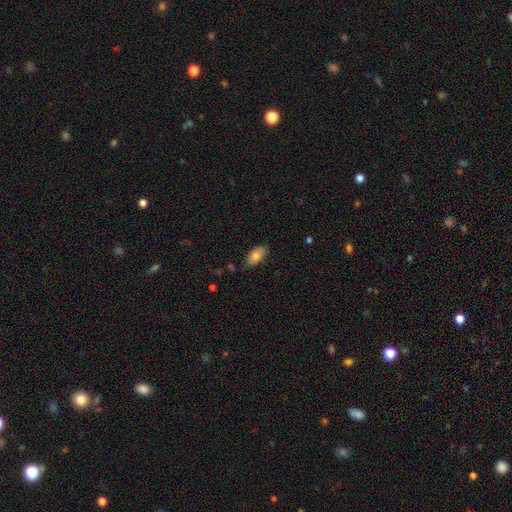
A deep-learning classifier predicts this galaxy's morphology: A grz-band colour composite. It shows a smooth galaxy with no disk features (79%) that is in between round and cigar-shaped (93%). Merging: none (82%).